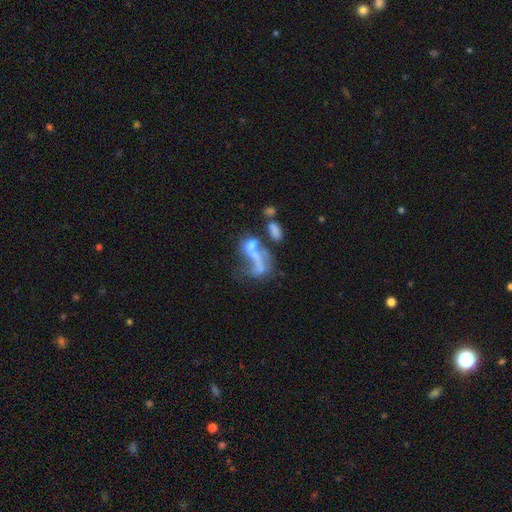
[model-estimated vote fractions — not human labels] Smooth or featured?
  - featured or disk: 48% *
  - smooth: 39%
  - star or artifact: 14%
Merging?
  - merger: 49% *
  - major disturbance: 29%
  - none: 14%
  - minor disturbance: 8%